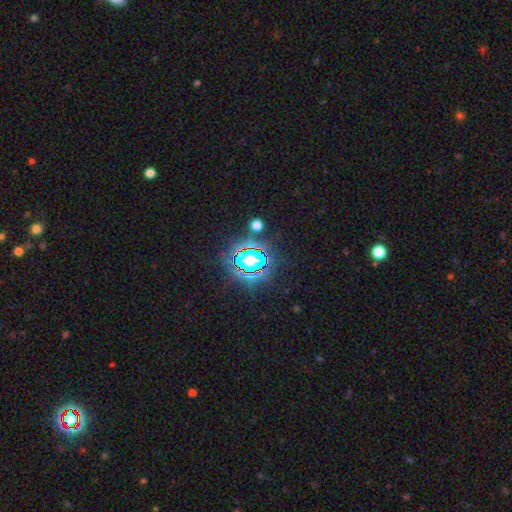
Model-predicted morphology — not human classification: A star or artifact, not a galaxy (68%).